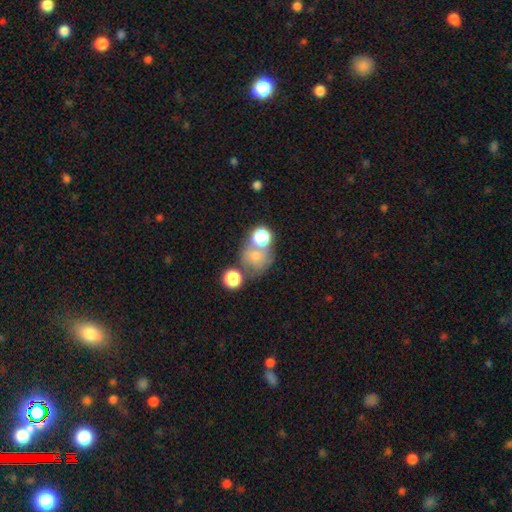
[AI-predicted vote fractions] A smooth galaxy with no disk features (63%) that is round (79%).

Vote fractions:
- Smooth or featured? smooth: 63% / featured or disk: 19% / star or artifact: 18%
- How rounded? round: 79% / in between: 20% / cigar-shaped: 1%
- Merging? none: 48% / merger: 32% / minor disturbance: 12% / major disturbance: 8%